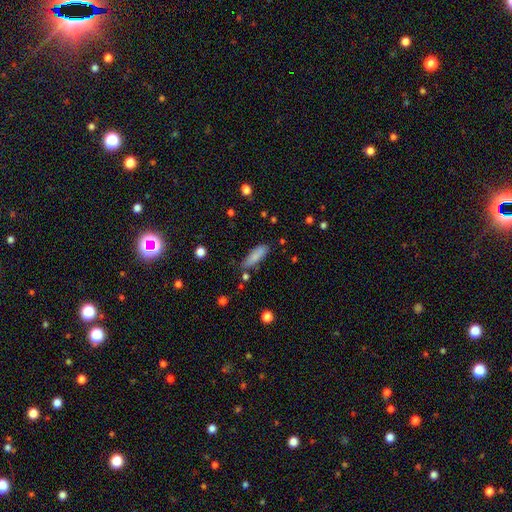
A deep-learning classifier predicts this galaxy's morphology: smooth_or_featured: smooth (p=0.82) [alt: featured or disk p=0.11]
how_rounded: cigar-shaped (p=0.53) [alt: in between p=0.45]
merging: none (p=0.77) [alt: minor disturbance p=0.15]